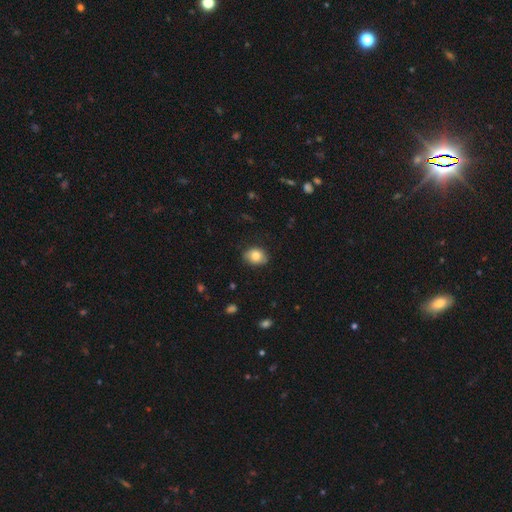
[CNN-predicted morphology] Smooth or featured?
  - smooth: 81% *
  - featured or disk: 11%
  - star or artifact: 8%
How rounded?
  - in between: 61% *
  - round: 38%
  - cigar-shaped: 1%
Merging?
  - none: 82% *
  - minor disturbance: 14%
  - major disturbance: 3%
  - merger: 1%